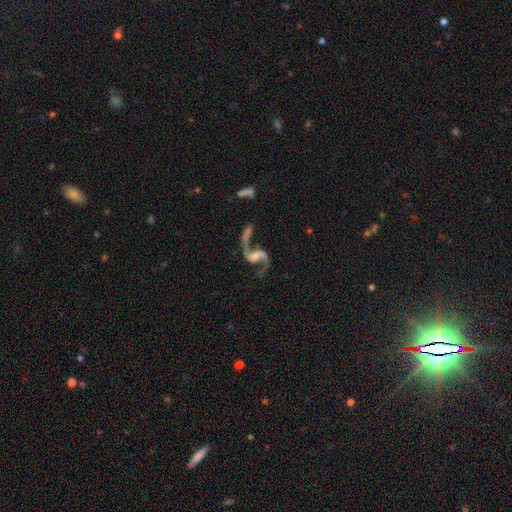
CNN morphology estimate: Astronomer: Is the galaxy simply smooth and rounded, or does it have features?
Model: featured or disk — 90%.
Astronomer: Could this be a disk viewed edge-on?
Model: no — 97%.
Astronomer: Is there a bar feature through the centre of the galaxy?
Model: no — 45% (runner-up: weak, 39%).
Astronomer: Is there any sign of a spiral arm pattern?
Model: yes — 96%.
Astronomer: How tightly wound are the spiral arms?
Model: loose — 82%.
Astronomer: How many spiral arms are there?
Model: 2 — 92%.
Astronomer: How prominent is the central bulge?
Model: none — 32%, tied with small at 32%.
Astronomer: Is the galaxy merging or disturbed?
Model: none — 52%.